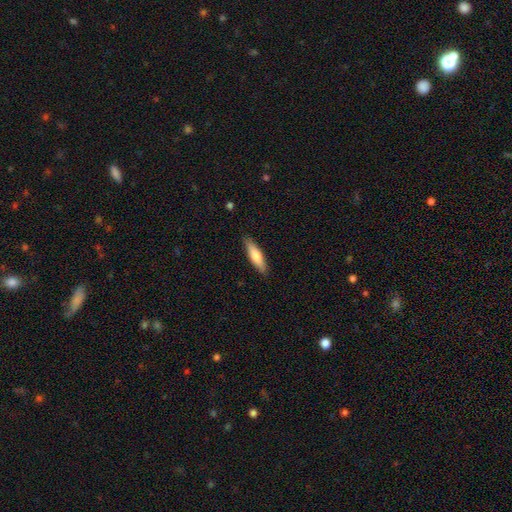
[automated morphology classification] A smooth galaxy with no disk features (74%) that is cigar-shaped (66%).

Vote fractions:
- Smooth or featured? smooth: 74% / featured or disk: 21% / star or artifact: 5%
- How rounded? cigar-shaped: 66% / in between: 32% / round: 2%
- Merging? none: 87% / minor disturbance: 10% / major disturbance: 2% / merger: 1%